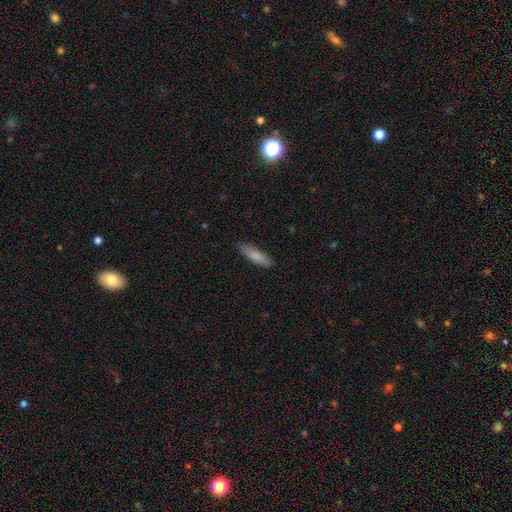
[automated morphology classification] This appears to be a smooth galaxy with no disk features (84%) that is cigar-shaped (62%). Merging: none (85%).